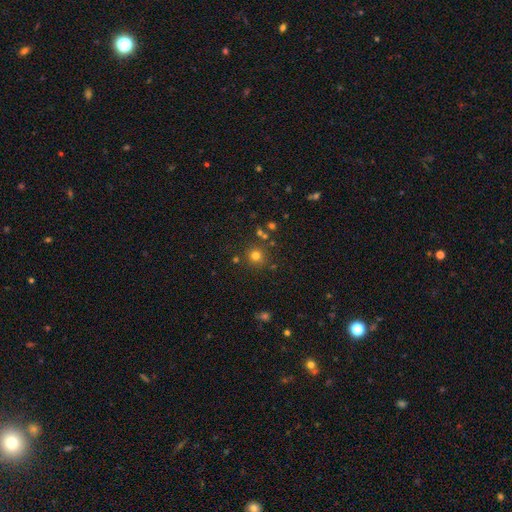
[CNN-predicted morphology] This is likely a smooth galaxy (73%). How rounded: clearly round (92%). Merging: clearly none (81%).